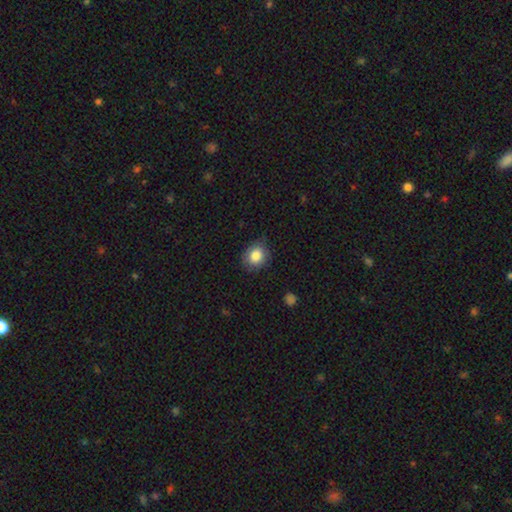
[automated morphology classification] Smooth or featured? Predicted: smooth (p=0.84). How rounded? Predicted: round (p=0.71). Merging? Predicted: none (p=0.75).